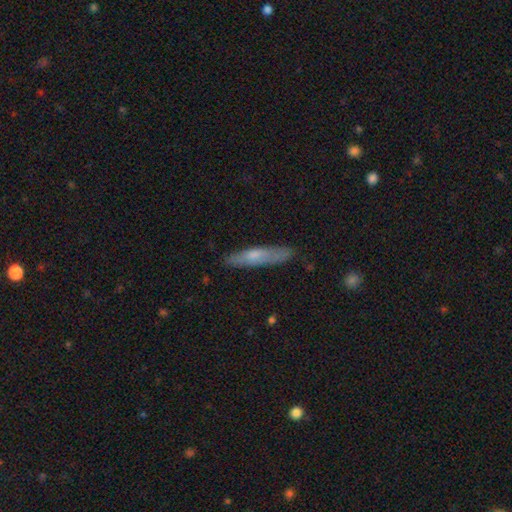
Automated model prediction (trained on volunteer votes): A smooth galaxy with no disk features (57%) that is cigar-shaped (85%).

Vote fractions:
- Smooth or featured? smooth: 57% / featured or disk: 36% / star or artifact: 6%
- How rounded? cigar-shaped: 85% / in between: 14% / round: 2%
- Merging? none: 82% / minor disturbance: 14% / major disturbance: 3% / merger: 1%